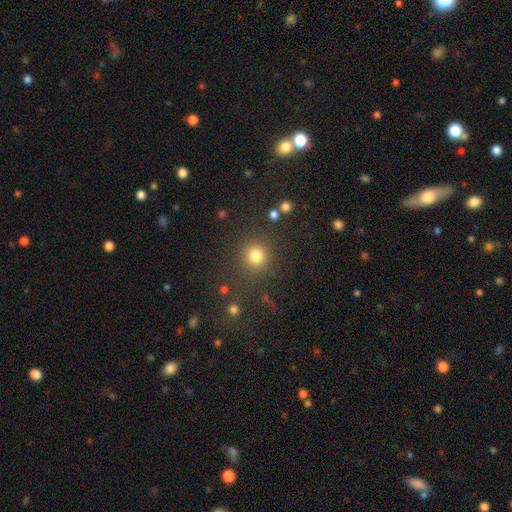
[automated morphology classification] Smooth or featured? Predicted: smooth (p=0.81). How rounded? Predicted: round (p=0.92). Merging? Predicted: none (p=0.82).